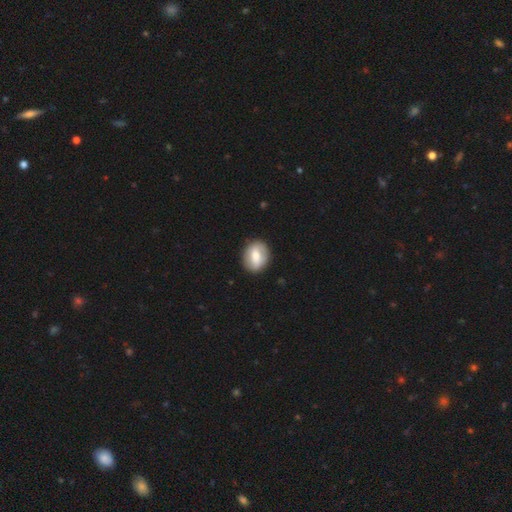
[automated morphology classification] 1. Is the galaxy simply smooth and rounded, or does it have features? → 60% smooth, 34% featured or disk, 6% star or artifact.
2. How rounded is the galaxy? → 51% in between, 48% round, 1% cigar-shaped.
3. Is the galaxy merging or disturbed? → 88% none, 9% minor disturbance, 3% major disturbance, 1% merger.